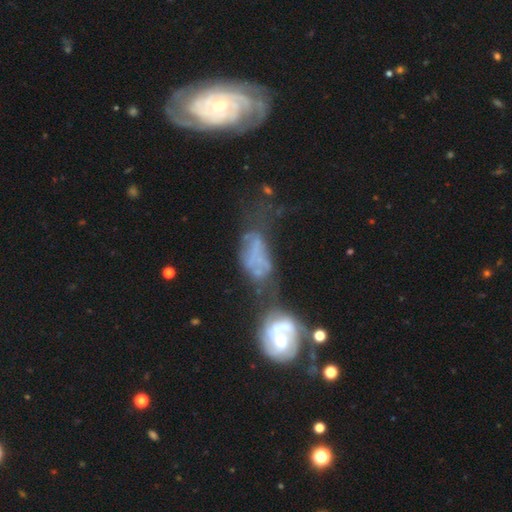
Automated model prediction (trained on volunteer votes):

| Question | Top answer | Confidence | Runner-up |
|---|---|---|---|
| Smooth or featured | featured or disk | 54% | smooth (31%) |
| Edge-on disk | no | 93% | yes (7%) |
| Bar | no | 81% | weak (12%) |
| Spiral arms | no | 73% | yes (27%) |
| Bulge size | none | 62% | moderate (16%) |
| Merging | merger | 40% | major disturbance (31%) |